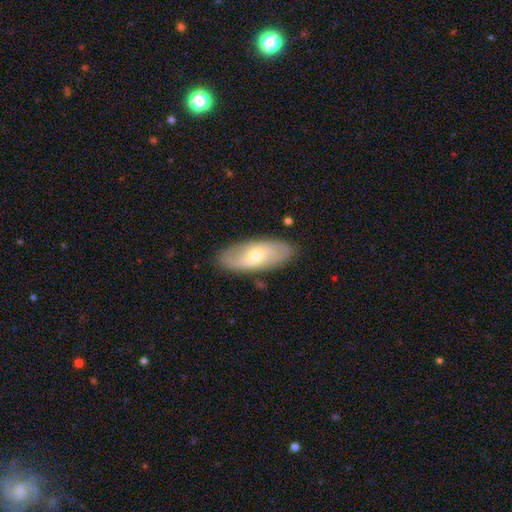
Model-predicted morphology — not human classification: The model was most divided on "bulge size": moderate: 50%, small: 45%, large: 3%, none: 1%, dominant: 1%. Remaining: edge-on disk — no (88%); merging — none (84%); spiral arms — yes (78%); smooth or featured — featured or disk (59%); bar — no (48%).